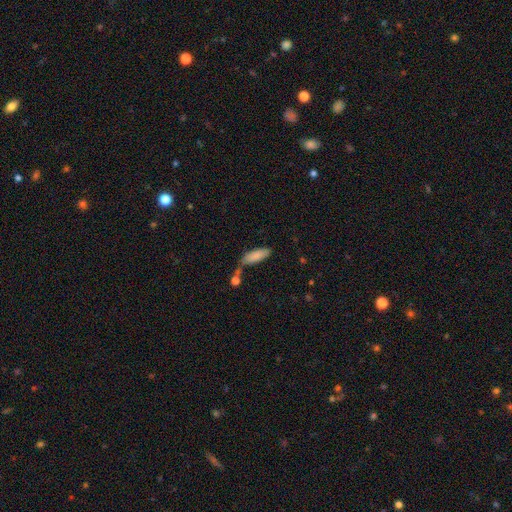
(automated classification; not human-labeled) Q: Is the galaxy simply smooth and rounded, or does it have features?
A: smooth — 84%.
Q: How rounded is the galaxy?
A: in between — 62%.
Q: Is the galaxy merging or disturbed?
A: none — 48%.